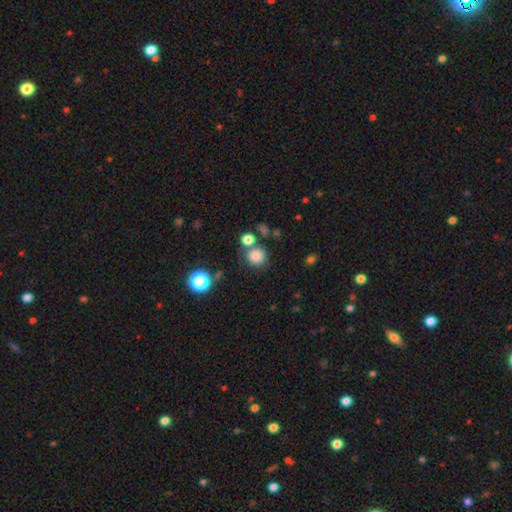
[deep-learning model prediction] Q: Smooth or featured?
A: smooth (81%); runner-up: star or artifact (13%)
Q: How rounded?
A: round (89%); runner-up: in between (10%)
Q: Merging?
A: none (69%); runner-up: merger (17%)